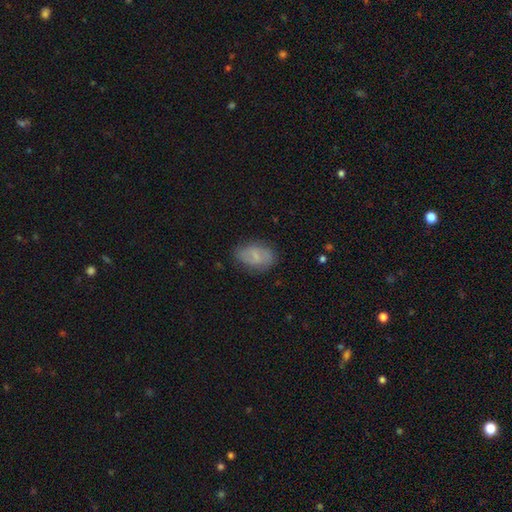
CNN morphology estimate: This appears to be a smooth galaxy with no disk features (57%) that is in between round and cigar-shaped (86%). Merging: none (72%).